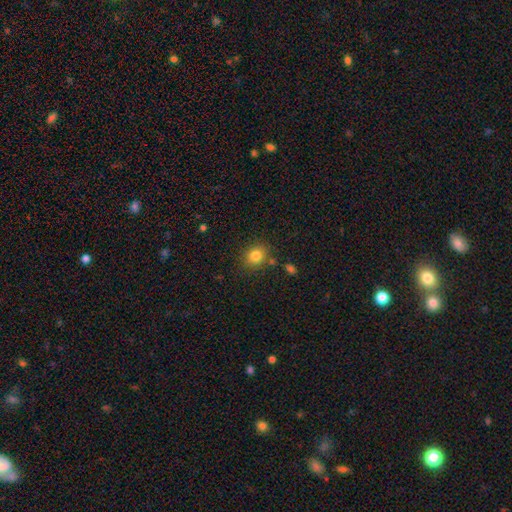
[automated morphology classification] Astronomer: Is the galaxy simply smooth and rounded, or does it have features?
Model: smooth — 81%.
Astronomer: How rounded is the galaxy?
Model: round — 76%.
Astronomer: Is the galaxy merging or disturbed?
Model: none — 81%.